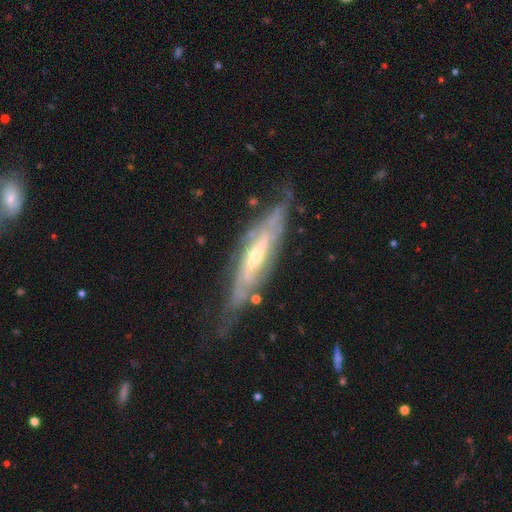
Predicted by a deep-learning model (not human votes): Smooth or featured? Predicted: featured or disk (p=0.83). Edge-on disk? Predicted: no (p=0.52). Merging? Predicted: none (p=0.65).